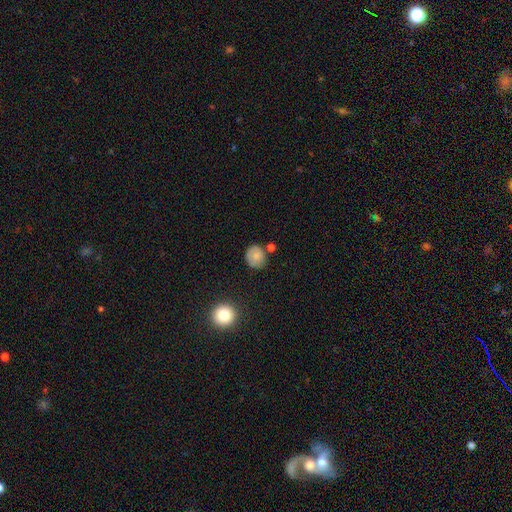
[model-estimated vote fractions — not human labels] The model was most divided on "merging": none: 72%, minor disturbance: 17%, merger: 6%, major disturbance: 4%. More confident: how rounded — round (83%); smooth or featured — smooth (77%).